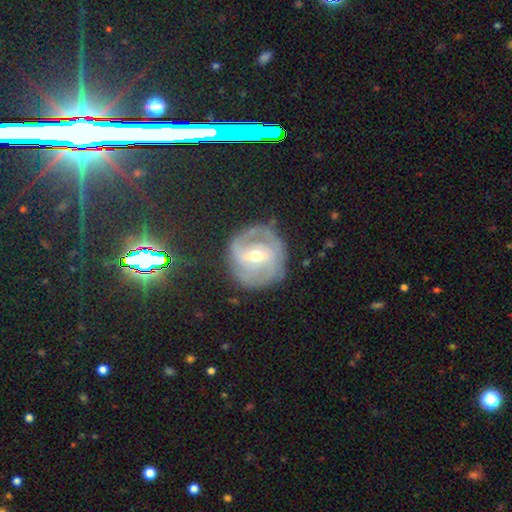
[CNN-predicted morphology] Smooth or featured: featured or disk — 81% (smooth — 12%)
Edge-on disk: no — 96% (yes — 4%)
Bar: weak — 47% (strong — 37%)
Spiral arms: yes — 90% (no — 10%)
Spiral winding: tight — 53% (medium — 35%)
Spiral arm count: 2 — 46% (can't tell — 26%)
Bulge size: moderate — 63% (small — 33%)
Merging: none — 76% (minor disturbance — 16%)